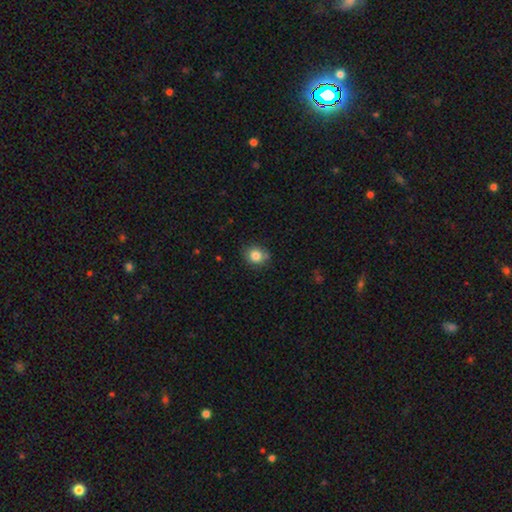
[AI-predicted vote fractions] Smooth or featured? smooth (82%)
How rounded? round (75%)
Merging? none (79%)